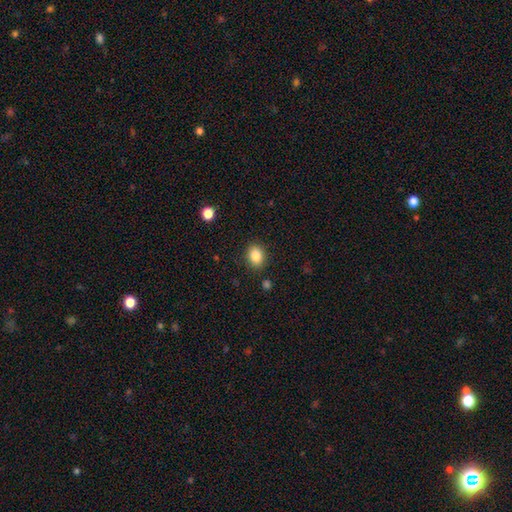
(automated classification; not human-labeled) Smooth or featured?
  - smooth: 85% *
  - star or artifact: 10%
  - featured or disk: 6%
How rounded?
  - in between: 60% *
  - round: 39%
  - cigar-shaped: 1%
Merging?
  - none: 87% *
  - minor disturbance: 9%
  - major disturbance: 3%
  - merger: 2%